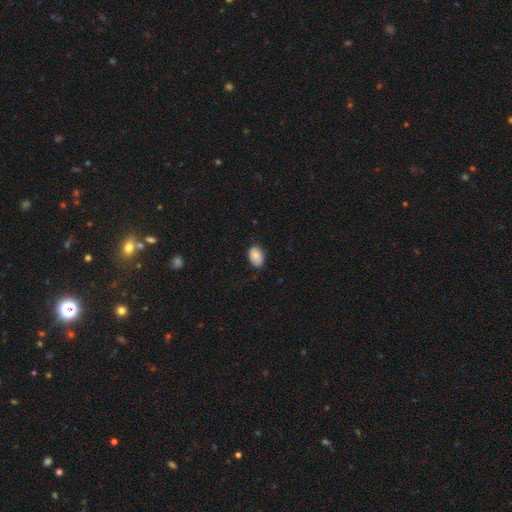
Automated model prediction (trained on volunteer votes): A smooth galaxy with no disk features (87%) that is in between round and cigar-shaped (84%). Merging: none (77%).